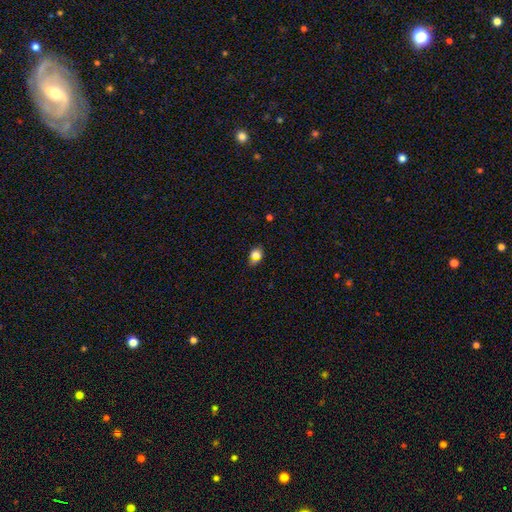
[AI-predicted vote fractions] smooth-or-featured: smooth: 70% | star or artifact: 21% | featured or disk: 8%
  how-rounded: in between: 62% | round: 35% | cigar-shaped: 2%
  merging: none: 74% | minor disturbance: 16% | major disturbance: 5% | merger: 5%